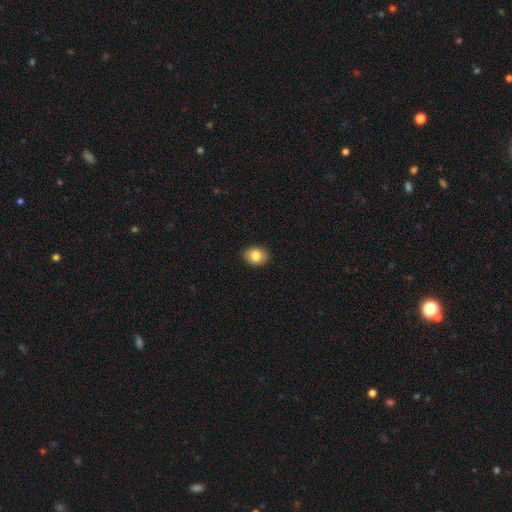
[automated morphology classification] A smooth galaxy with no disk features (84%) that is in between round and cigar-shaped (59%). Merging: none (91%).